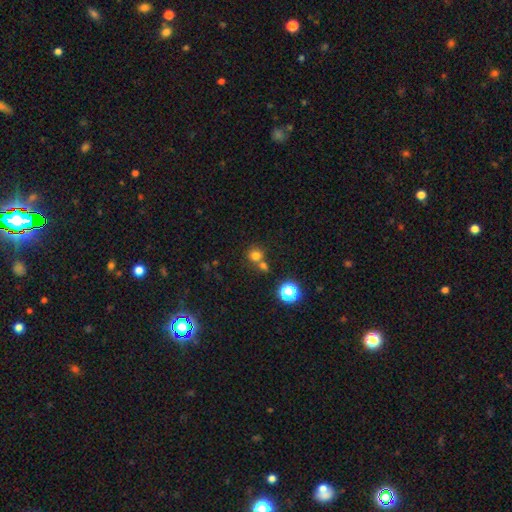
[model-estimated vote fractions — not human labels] Morphology: type=smooth (74%); roundness=round (86%); merging=none (52%).